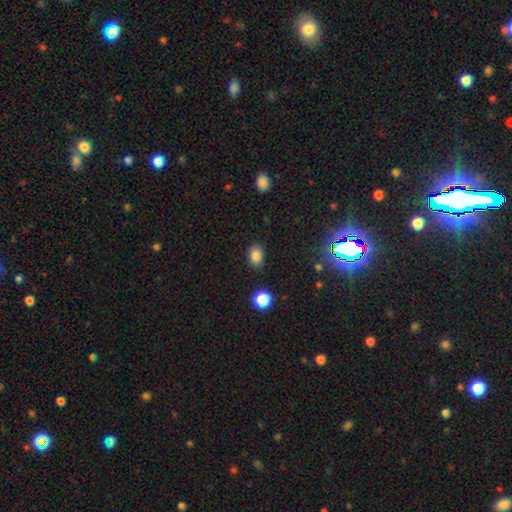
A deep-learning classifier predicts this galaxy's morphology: smooth_or_featured: smooth (p=0.84) [alt: star or artifact p=0.12]
how_rounded: in between (p=0.73) [alt: round p=0.26]
merging: none (p=0.84) [alt: minor disturbance p=0.11]